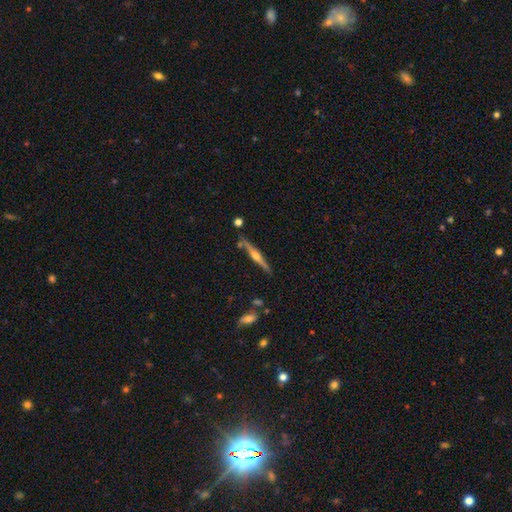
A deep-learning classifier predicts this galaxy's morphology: A featured or disk galaxy (77%) viewed edge-on (98%) with a rounded central bulge (90%). Merging: none (80%).